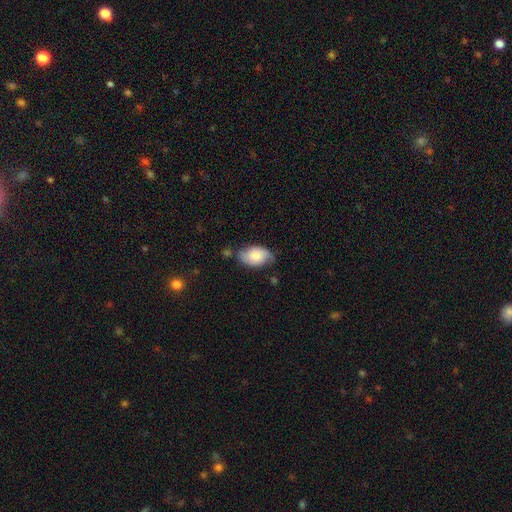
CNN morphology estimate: smooth 69%, featured or disk 24%, star or artifact 7%. Down the decision tree: how rounded — in between (92%); merging — none (59%).